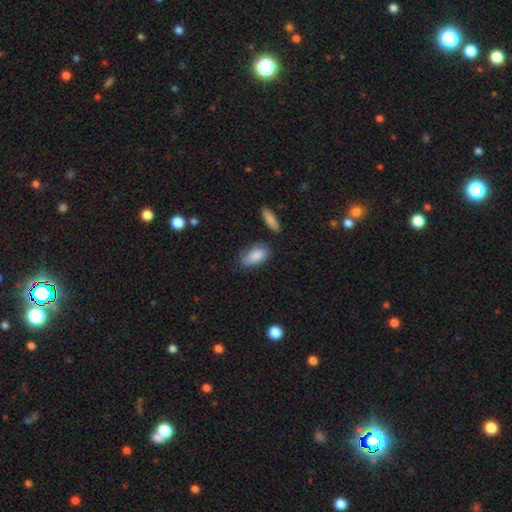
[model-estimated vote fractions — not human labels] Smooth or featured?
  - smooth: 87% *
  - featured or disk: 7%
  - star or artifact: 6%
How rounded?
  - in between: 90% *
  - cigar-shaped: 6%
  - round: 4%
Merging?
  - none: 65% *
  - minor disturbance: 24%
  - merger: 6%
  - major disturbance: 6%